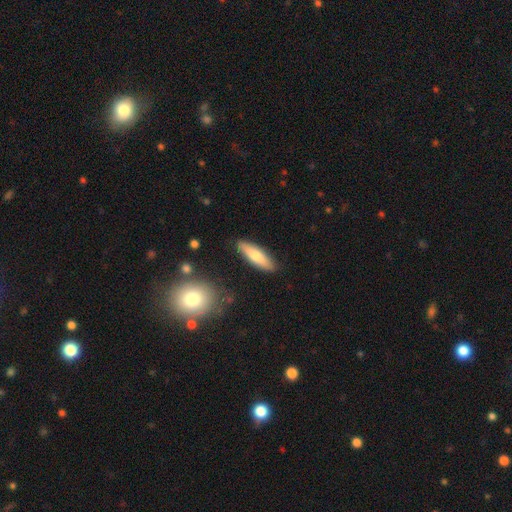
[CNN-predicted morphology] smooth 70%, featured or disk 24%, star or artifact 6%. Down the decision tree: how rounded — cigar-shaped (65%); merging — none (86%).